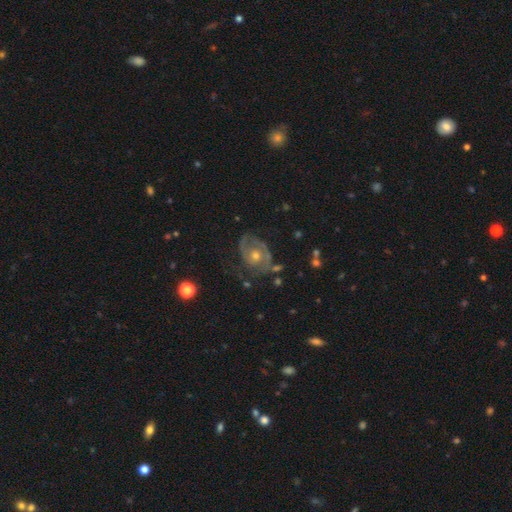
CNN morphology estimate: featured or disk 81%, smooth 11%, star or artifact 8%. Down the decision tree: edge-on disk — no (97%); bar — no (77%); spiral arms — yes (89%); spiral arm count — 2 (63%); spiral winding — tight (51%); bulge size — moderate (62%); merging — none (66%).